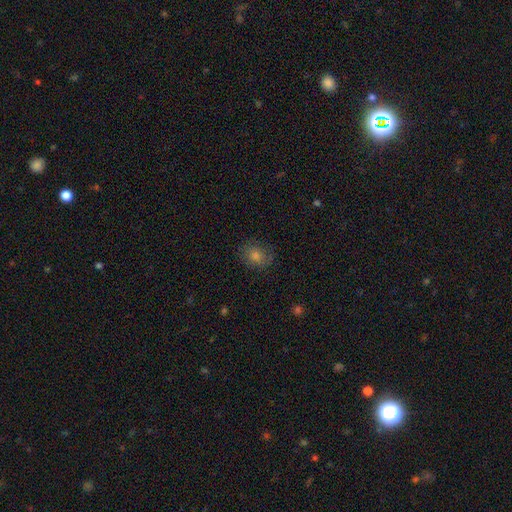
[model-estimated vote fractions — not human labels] Smooth or featured? Predicted: smooth (p=0.57). How rounded? Predicted: round (p=0.61). Merging? Predicted: none (p=0.79).